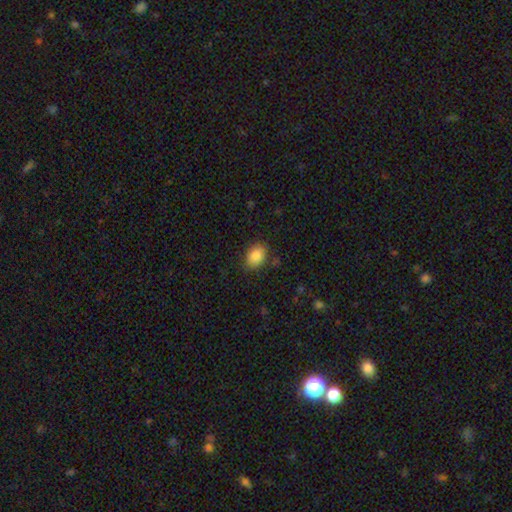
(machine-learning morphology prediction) smooth_or_featured: smooth (p=0.86) [alt: star or artifact p=0.08]
how_rounded: in between (p=0.76) [alt: round p=0.23]
merging: none (p=0.83) [alt: minor disturbance p=0.13]